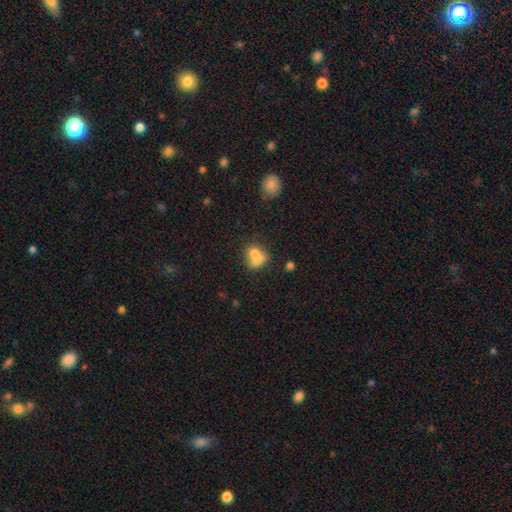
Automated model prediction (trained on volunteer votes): This appears to be a smooth galaxy with no disk features (70%) that is round (59%). Merging: merger (42%).